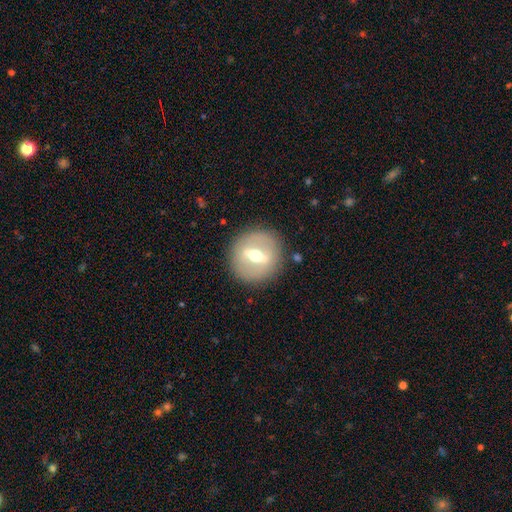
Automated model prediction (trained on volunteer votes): smooth-or-featured: featured or disk: 62% | smooth: 31% | star or artifact: 8%
  disk-edge-on: no: 75% | yes: 25%
  merging: none: 88% | minor disturbance: 8% | major disturbance: 3% | merger: 1%